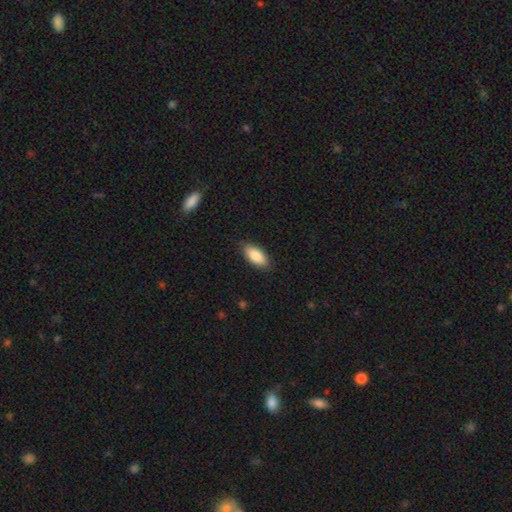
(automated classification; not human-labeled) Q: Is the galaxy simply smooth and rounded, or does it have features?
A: smooth — 86%.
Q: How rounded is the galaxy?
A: in between — 88%.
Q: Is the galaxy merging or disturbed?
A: none — 87%.